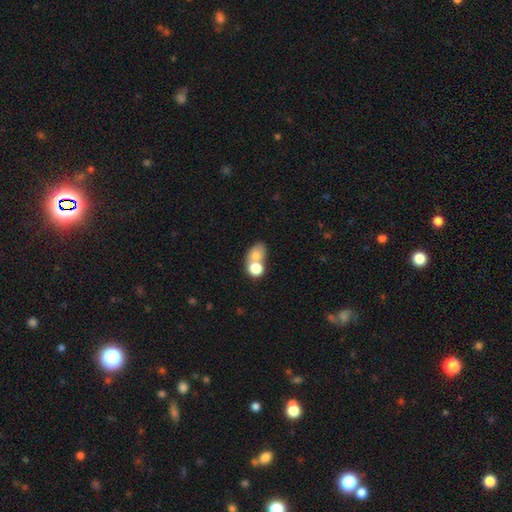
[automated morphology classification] smooth 72%, featured or disk 17%, star or artifact 11%. Down the decision tree: how rounded — in between (57%); merging — merger (58%).